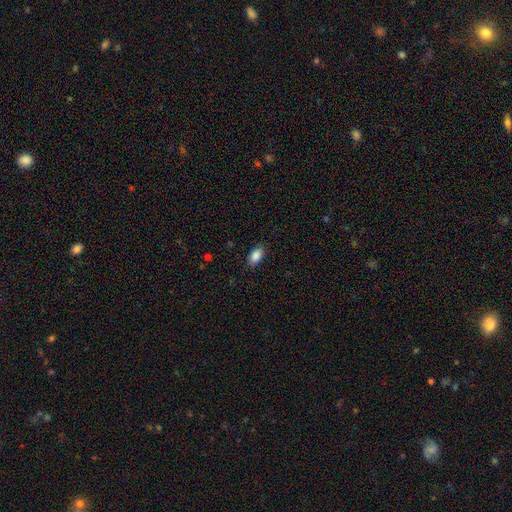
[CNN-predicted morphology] Smooth or featured?
  - smooth: 88% *
  - star or artifact: 7%
  - featured or disk: 5%
How rounded?
  - in between: 92% *
  - round: 5%
  - cigar-shaped: 3%
Merging?
  - none: 86% *
  - minor disturbance: 10%
  - major disturbance: 3%
  - merger: 1%